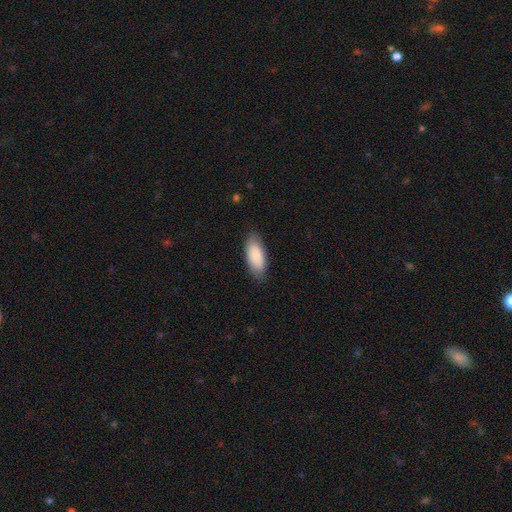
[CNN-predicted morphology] Q: Smooth or featured?
A: smooth (88%); runner-up: featured or disk (7%)
Q: How rounded?
A: in between (83%); runner-up: cigar-shaped (15%)
Q: Merging?
A: none (84%); runner-up: minor disturbance (13%)